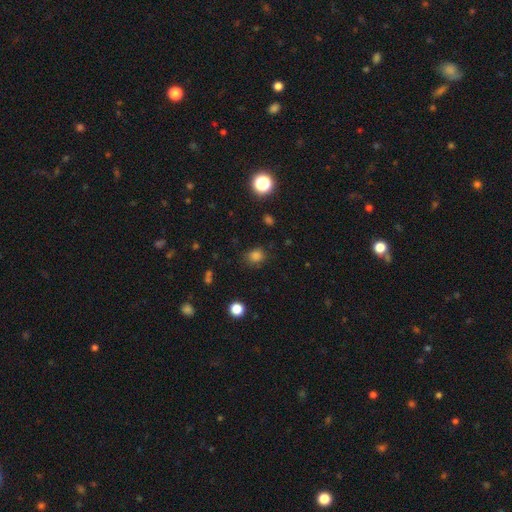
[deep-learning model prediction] Smooth or featured? smooth (80%)
How rounded? round (72%)
Merging? none (81%)